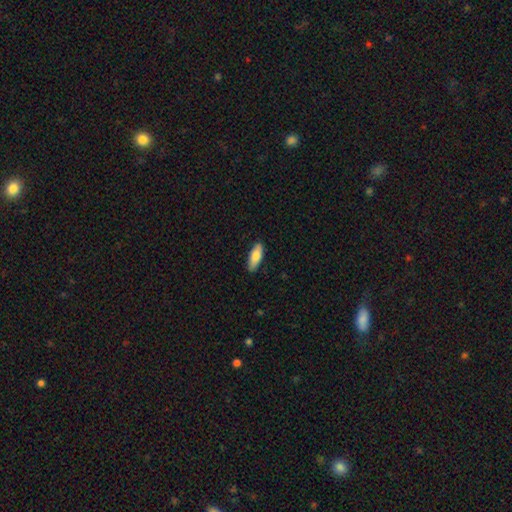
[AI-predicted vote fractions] Smooth or featured? Predicted: smooth (p=0.78). How rounded? Predicted: in between (p=0.71). Merging? Predicted: none (p=0.86).